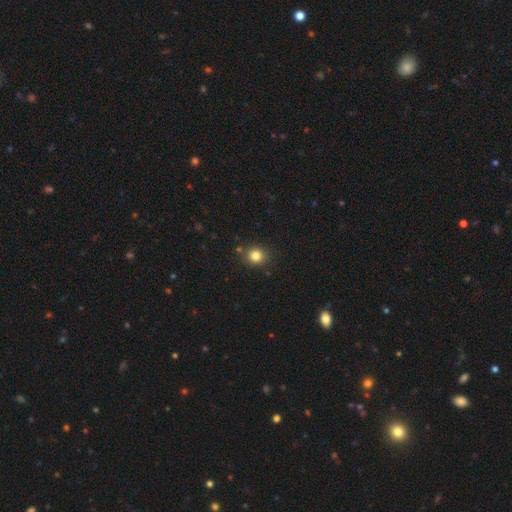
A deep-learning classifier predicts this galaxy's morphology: type=smooth (82%); roundness=round (83%); merging=none (85%).